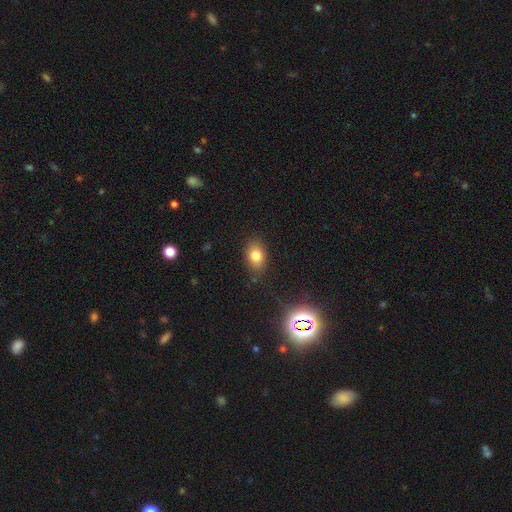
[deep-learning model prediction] smooth_or_featured: smooth (p=0.79) [alt: star or artifact p=0.12]
how_rounded: in between (p=0.75) [alt: round p=0.23]
merging: none (p=0.81) [alt: minor disturbance p=0.13]